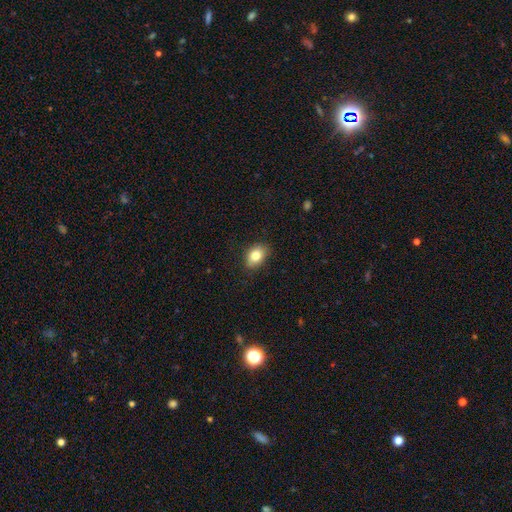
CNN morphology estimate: The model was most divided on "how rounded": in between: 75%, round: 24%, cigar-shaped: 1%. More confident: merging — none (82%); smooth or featured — smooth (81%).